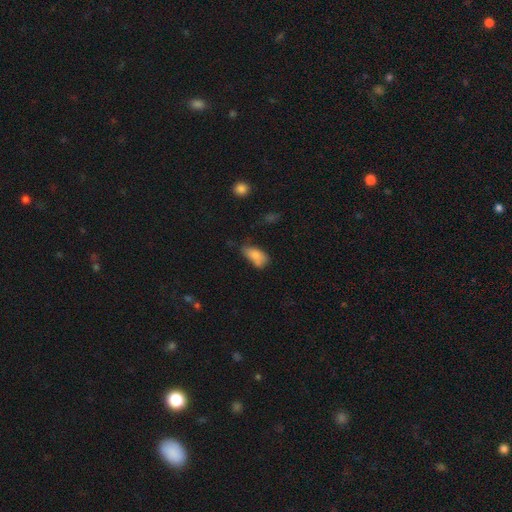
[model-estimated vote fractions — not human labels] Smooth or featured? Predicted: smooth (p=0.77). How rounded? Predicted: in between (p=0.89). Merging? Predicted: none (p=0.39).